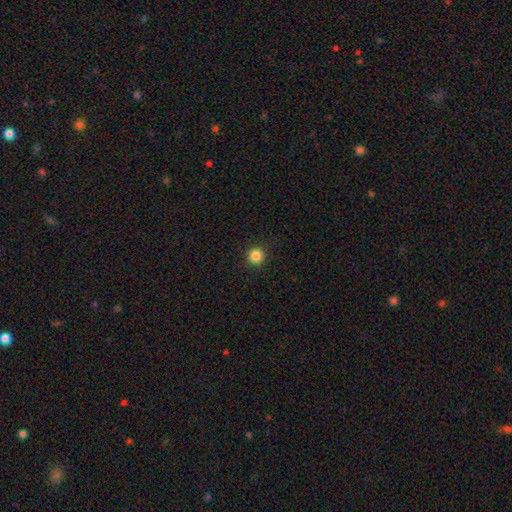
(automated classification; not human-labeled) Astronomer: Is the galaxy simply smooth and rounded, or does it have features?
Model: smooth — 85%.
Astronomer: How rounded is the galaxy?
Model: round — 95%.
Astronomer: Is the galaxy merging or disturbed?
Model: none — 93%.